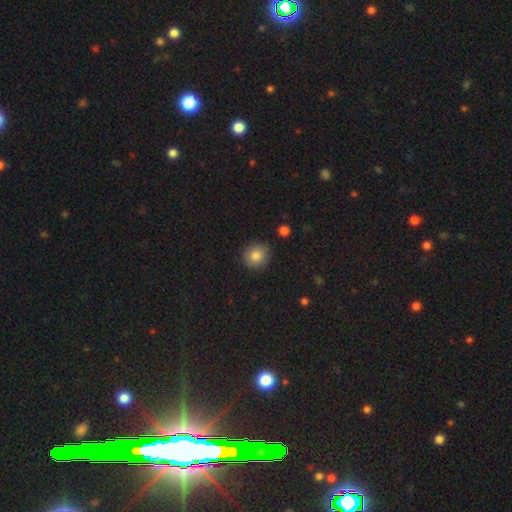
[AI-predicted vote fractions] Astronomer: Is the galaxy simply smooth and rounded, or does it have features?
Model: smooth — 83%.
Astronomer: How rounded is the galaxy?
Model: round — 89%.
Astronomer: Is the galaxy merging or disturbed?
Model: none — 88%.